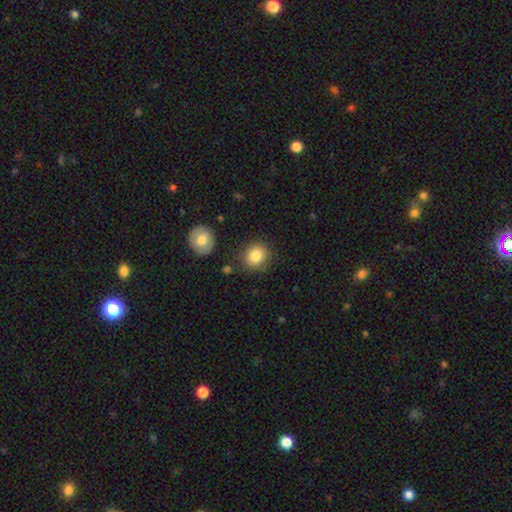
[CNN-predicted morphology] type=smooth (85%); roundness=round (74%); merging=none (82%).